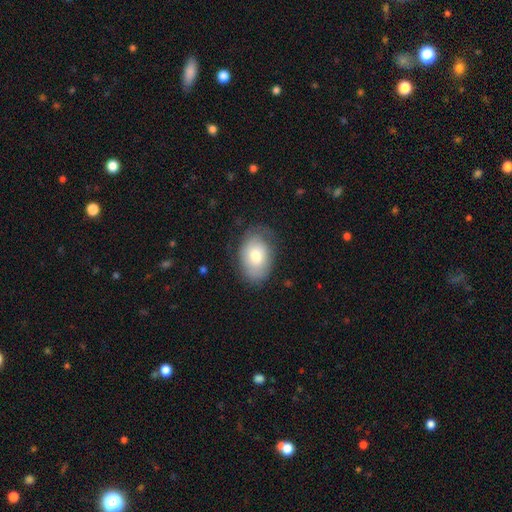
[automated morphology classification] Smooth or featured: smooth — 66% (featured or disk — 27%)
How rounded: in between — 84% (round — 15%)
Merging: none — 71% (minor disturbance — 22%)